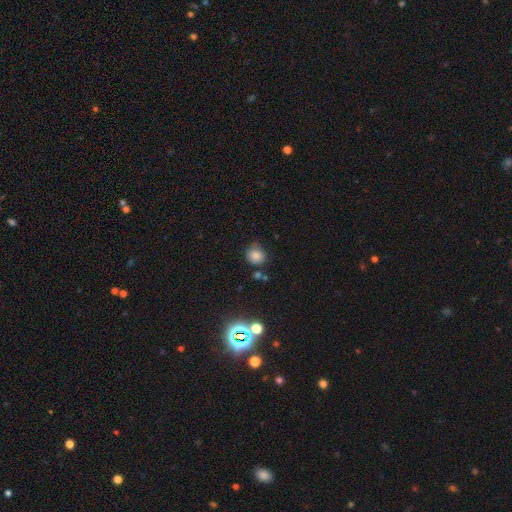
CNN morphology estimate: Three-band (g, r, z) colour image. It shows a smooth galaxy with no disk features (80%) that is round (85%). Merging: none (68%).